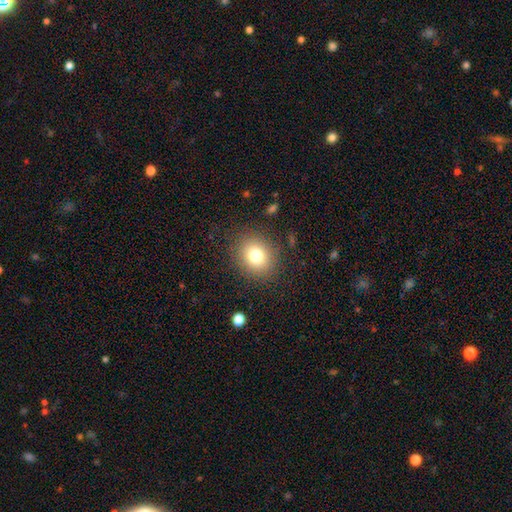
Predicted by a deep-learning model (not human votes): Q: Smooth or featured?
A: smooth (78%); runner-up: star or artifact (12%)
Q: How rounded?
A: round (68%); runner-up: in between (31%)
Q: Merging?
A: none (86%); runner-up: minor disturbance (9%)